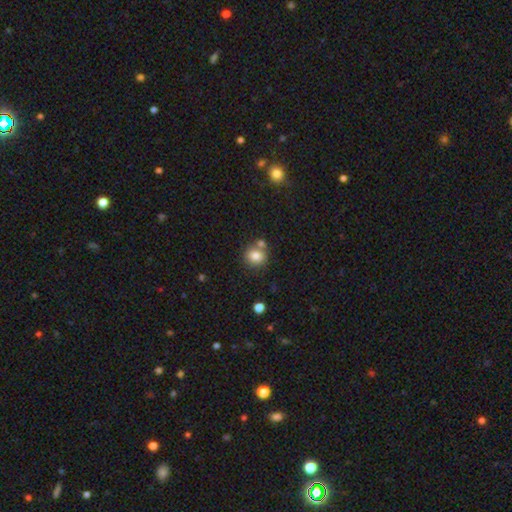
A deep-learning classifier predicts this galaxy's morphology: Smooth or featured? smooth (81%)
How rounded? round (82%)
Merging? none (65%)